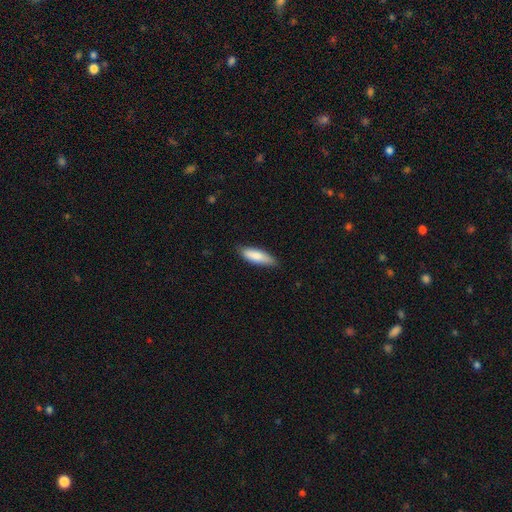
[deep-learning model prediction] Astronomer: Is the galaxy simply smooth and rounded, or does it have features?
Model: smooth — 83%.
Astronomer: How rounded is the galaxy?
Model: cigar-shaped — 52% (runner-up: in between, 47%).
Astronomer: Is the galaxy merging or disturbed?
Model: none — 81%.